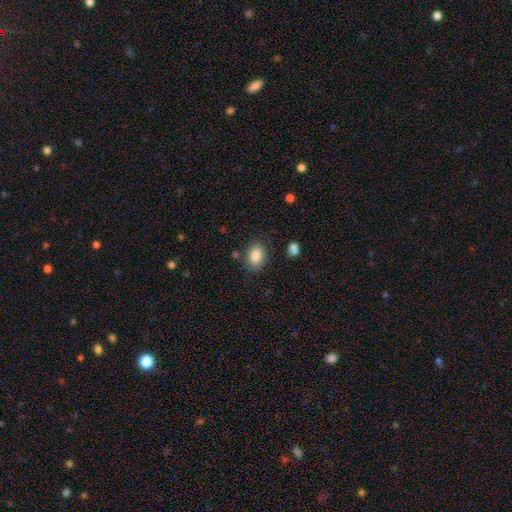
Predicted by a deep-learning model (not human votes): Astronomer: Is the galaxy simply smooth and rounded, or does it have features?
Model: smooth — 84%.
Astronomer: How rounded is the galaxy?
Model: in between — 67%.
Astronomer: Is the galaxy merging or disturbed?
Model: none — 82%.